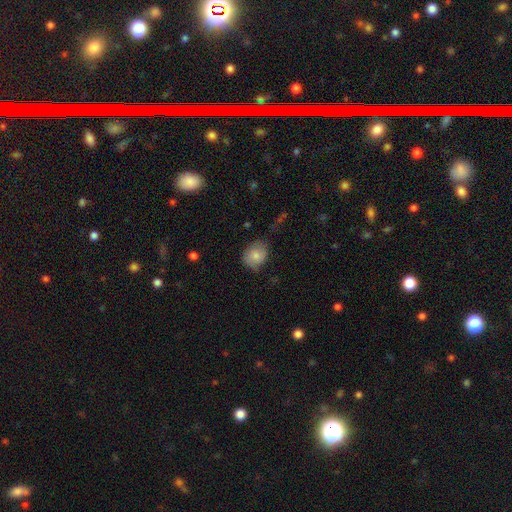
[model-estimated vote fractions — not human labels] smooth 75%, featured or disk 17%, star or artifact 8%. Down the decision tree: how rounded — round (58%); merging — none (58%).